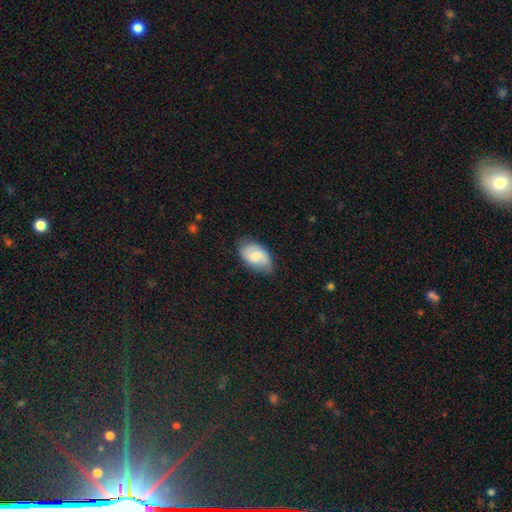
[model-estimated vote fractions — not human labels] A smooth galaxy with no disk features (69%) that is in between round and cigar-shaped (93%).

Vote fractions:
- Smooth or featured? smooth: 69% / featured or disk: 25% / star or artifact: 7%
- How rounded? in between: 93% / round: 5% / cigar-shaped: 2%
- Merging? none: 69% / minor disturbance: 25% / major disturbance: 5% / merger: 1%